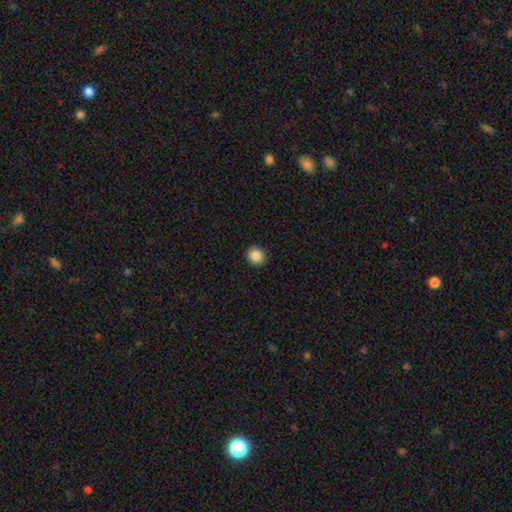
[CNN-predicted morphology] Smooth or featured: smooth — 87% (star or artifact — 9%)
How rounded: round — 87% (in between — 12%)
Merging: none — 92% (minor disturbance — 6%)